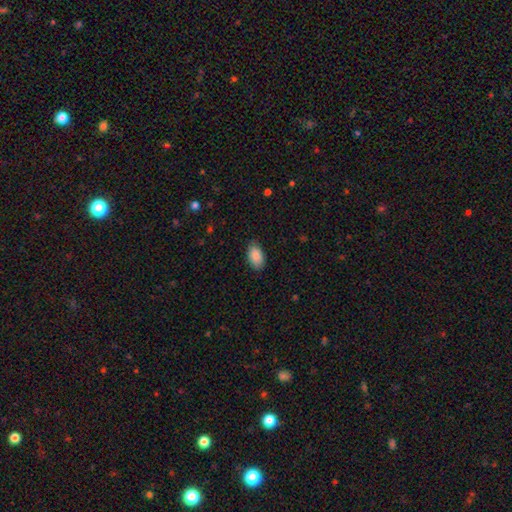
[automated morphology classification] smooth-or-featured: smooth: 89% | star or artifact: 7% | featured or disk: 5%
  how-rounded: in between: 94% | round: 4% | cigar-shaped: 2%
  merging: none: 84% | minor disturbance: 12% | major disturbance: 3% | merger: 1%